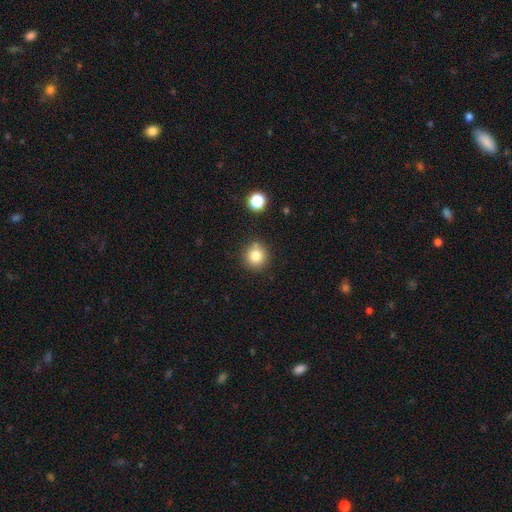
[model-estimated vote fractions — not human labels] Smooth or featured: smooth — 81% (star or artifact — 12%)
How rounded: round — 92% (in between — 7%)
Merging: none — 80% (minor disturbance — 11%)